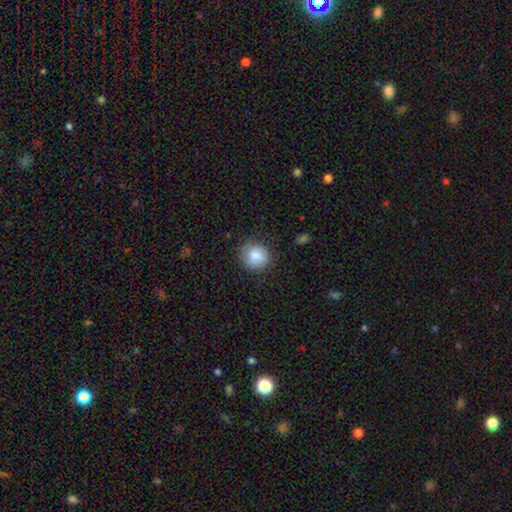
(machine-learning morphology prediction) This appears to be a smooth galaxy with no disk features (85%) that is round (86%). Merging: none (80%).